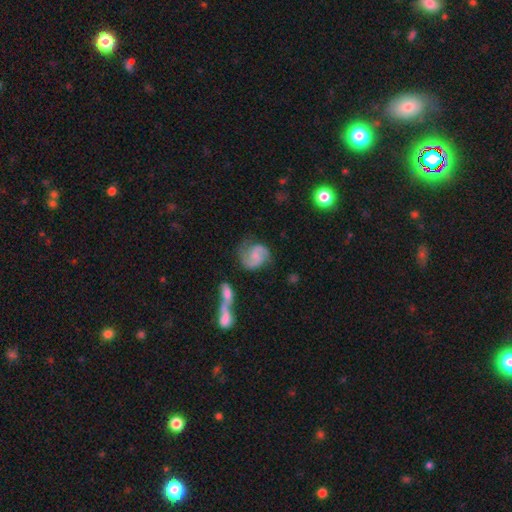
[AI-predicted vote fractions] Smooth or featured? featured or disk (75%)
Edge-on disk? no (98%)
Bar? no (54%)
Spiral arms? yes (95%)
Spiral winding? medium (50%)
Spiral arm count? 2 (88%)
Bulge size? small (48%)
Merging? none (63%)